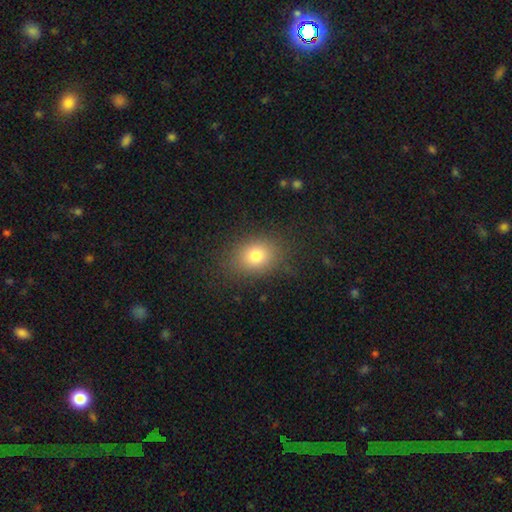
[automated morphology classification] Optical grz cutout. It shows a smooth galaxy with no disk features (78%) that is in between round and cigar-shaped (53%). Merging: none (83%).